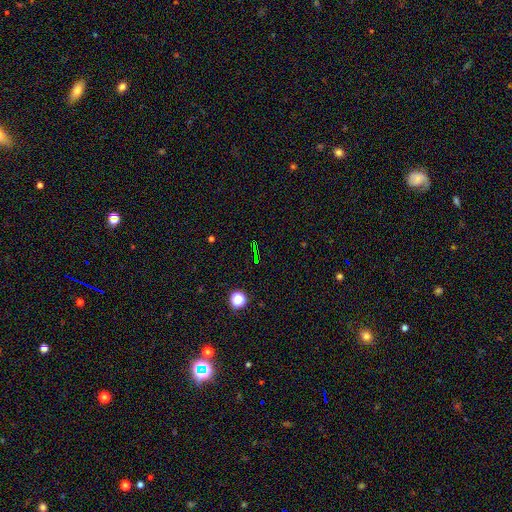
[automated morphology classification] The model was most divided on "smooth or featured": star or artifact: 71%, smooth: 17%, featured or disk: 11%.